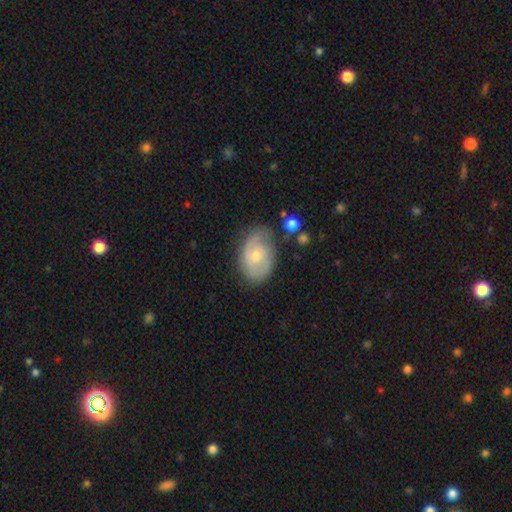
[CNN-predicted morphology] A featured or disk galaxy (60%) with no bar (68%), spiral arms (78%) and a small central bulge (54%). Merging: none (64%).